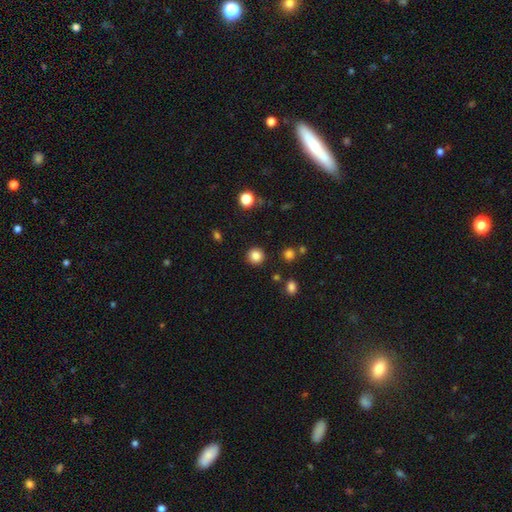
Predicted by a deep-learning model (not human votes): Smooth or featured? smooth (84%)
How rounded? round (93%)
Merging? none (90%)